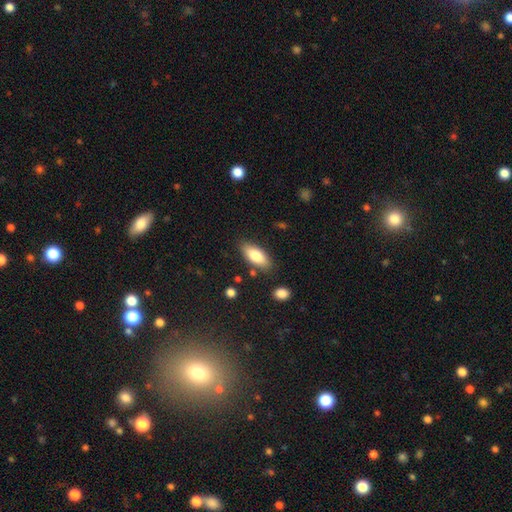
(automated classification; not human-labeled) smooth 81%, featured or disk 13%, star or artifact 6%. Down the decision tree: how rounded — in between (82%); merging — none (82%).